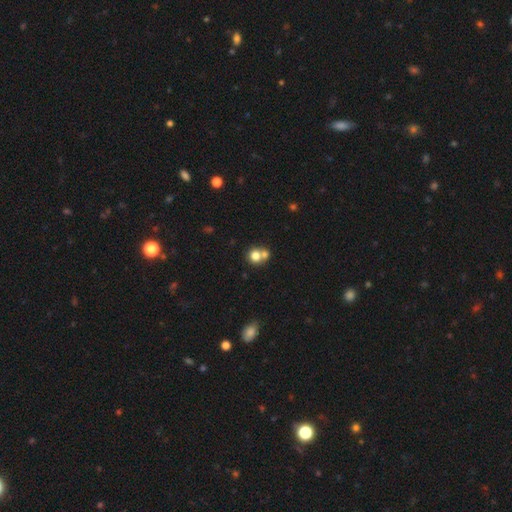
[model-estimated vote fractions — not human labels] Smooth or featured?
  - smooth: 77% *
  - featured or disk: 12%
  - star or artifact: 11%
How rounded?
  - round: 84% *
  - in between: 15%
  - cigar-shaped: 1%
Merging?
  - merger: 48% *
  - none: 43%
  - minor disturbance: 7%
  - major disturbance: 3%